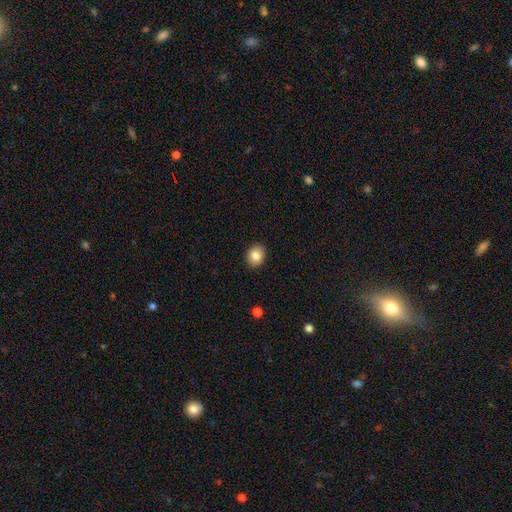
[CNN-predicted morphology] Smooth or featured?
  - smooth: 85% *
  - star or artifact: 9%
  - featured or disk: 6%
How rounded?
  - in between: 55% *
  - round: 44%
  - cigar-shaped: 1%
Merging?
  - none: 89% *
  - minor disturbance: 8%
  - major disturbance: 2%
  - merger: 1%